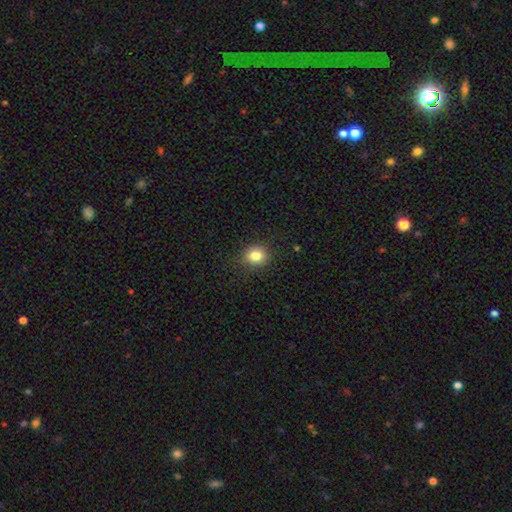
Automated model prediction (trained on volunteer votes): Morphology: type=smooth (83%); roundness=round (79%); merging=none (88%).